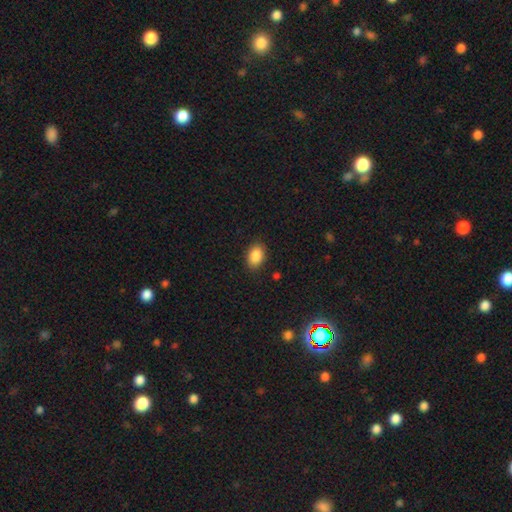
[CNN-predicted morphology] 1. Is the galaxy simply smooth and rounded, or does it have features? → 88% smooth, 8% star or artifact, 4% featured or disk.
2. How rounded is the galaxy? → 84% in between, 15% round, 1% cigar-shaped.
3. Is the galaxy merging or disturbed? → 88% none, 9% minor disturbance, 2% major disturbance, 1% merger.